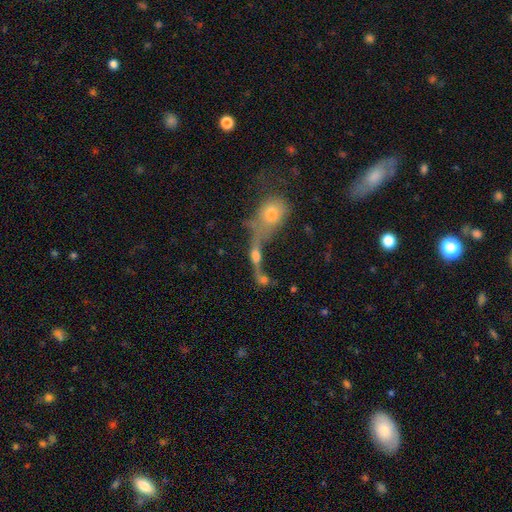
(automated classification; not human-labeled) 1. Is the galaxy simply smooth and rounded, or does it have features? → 42% smooth, 41% featured or disk, 17% star or artifact.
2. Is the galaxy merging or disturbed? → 59% merger, 19% none, 13% major disturbance, 8% minor disturbance.